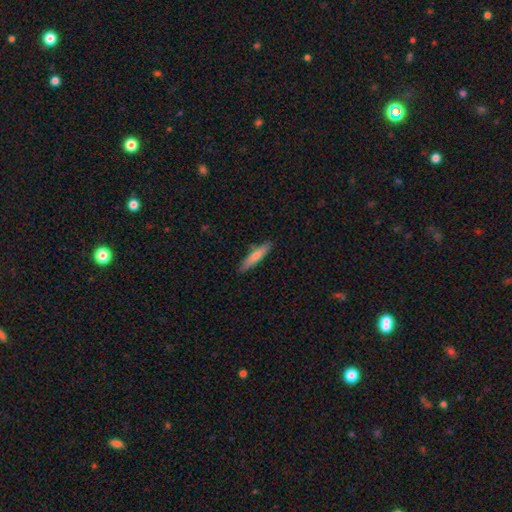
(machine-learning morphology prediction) Smooth or featured: smooth — 72% (featured or disk — 22%)
How rounded: cigar-shaped — 85% (in between — 13%)
Merging: none — 85% (minor disturbance — 11%)